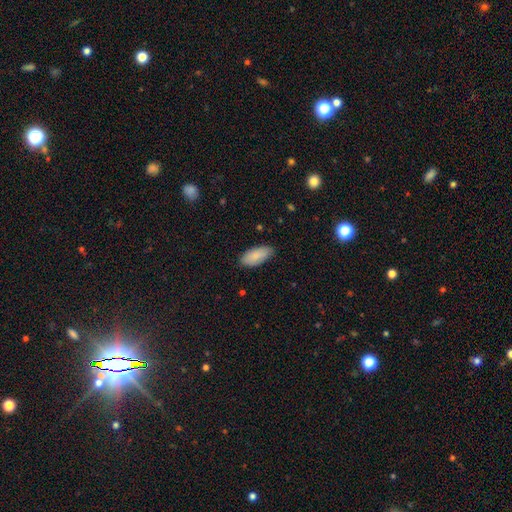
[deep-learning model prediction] The model was most divided on "merging": none: 83%, minor disturbance: 14%, major disturbance: 2%, merger: 1%. More confident: how rounded — in between (90%); smooth or featured — smooth (88%).